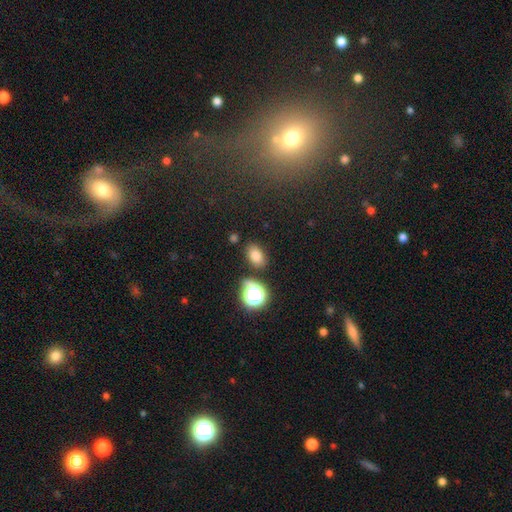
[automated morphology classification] Overall: smooth (77%). How rounded: in between (79%). Merging: none (81%).